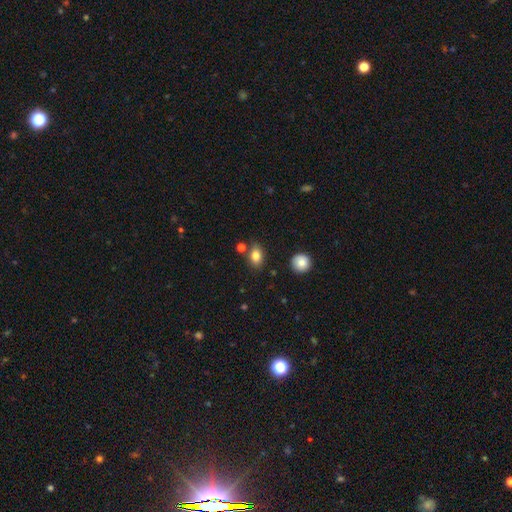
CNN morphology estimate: Overall: smooth (82%). How rounded: in between (79%). Merging: none (78%).